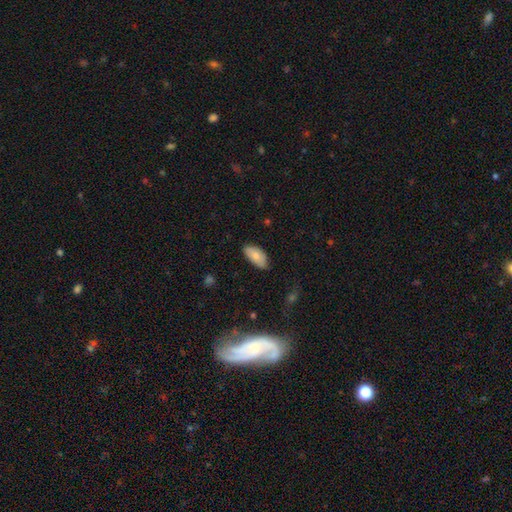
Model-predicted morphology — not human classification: Overall: smooth (78%). How rounded: in between (93%). Merging: none (74%).